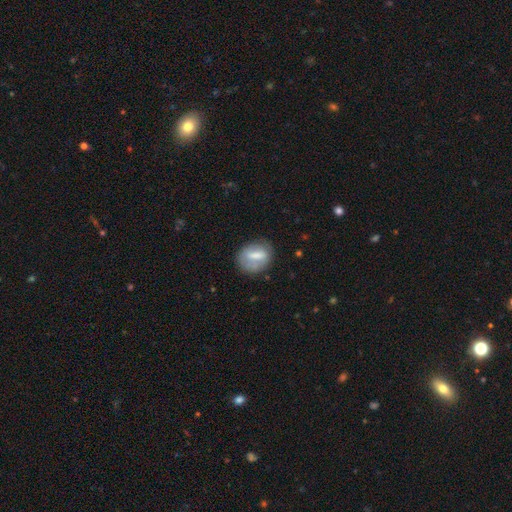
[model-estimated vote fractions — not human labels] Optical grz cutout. It shows a smooth galaxy with no disk features (60%) that is in between round and cigar-shaped (56%). Merging: none (70%).